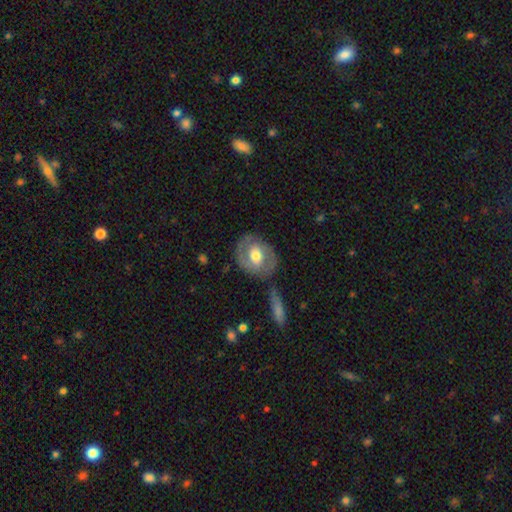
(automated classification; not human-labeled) Morphology: type=featured or disk (60%); edge-on=no (95%); bar=no (47%); spiral arms=yes (69%); bulge=moderate (71%); merging=none (73%).